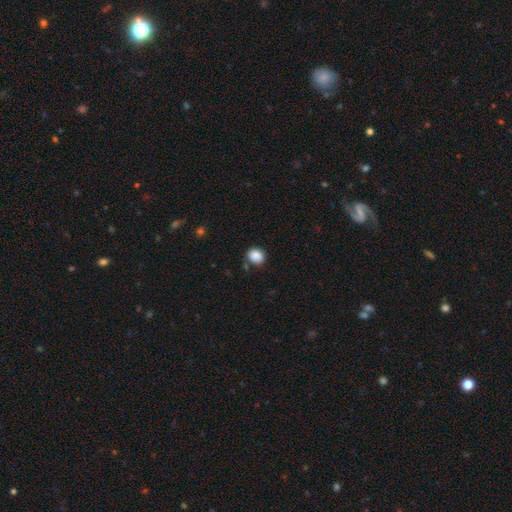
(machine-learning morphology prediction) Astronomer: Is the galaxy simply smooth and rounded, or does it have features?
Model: smooth — 88%.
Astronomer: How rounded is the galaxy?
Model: round — 68%.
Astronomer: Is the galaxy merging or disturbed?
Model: none — 79%.